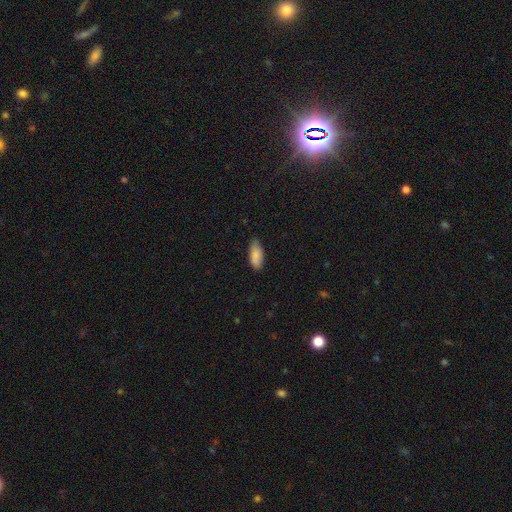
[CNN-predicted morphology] type=smooth (83%); roundness=in between (85%); merging=none (69%).